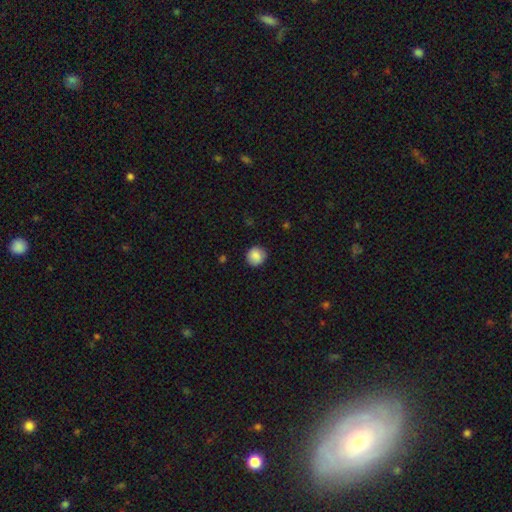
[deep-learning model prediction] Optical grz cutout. It shows a smooth galaxy with no disk features (87%) that is round (89%). Merging: none (86%).